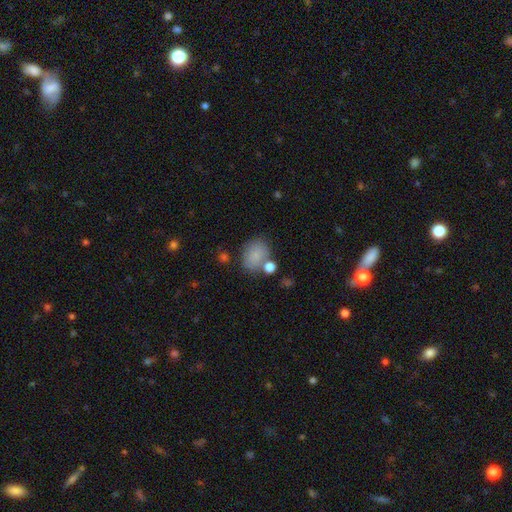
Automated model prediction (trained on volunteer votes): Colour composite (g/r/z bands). It shows a smooth galaxy with no disk features (82%) that is in between round and cigar-shaped (57%). Merging: none (65%).